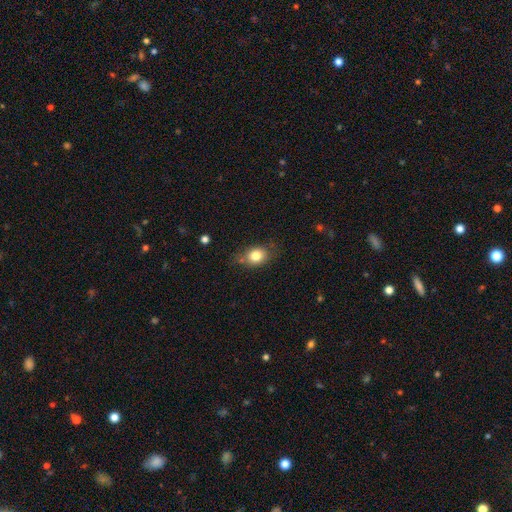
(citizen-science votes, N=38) A smooth galaxy with no disk features (84%) that is round (69%).

Vote fractions:
- Smooth or featured? smooth: 84% / featured or disk: 8% / star or artifact: 8%
- How rounded? round: 69% / in between: 31% / cigar-shaped: 0%
- Merging? none: 74% / minor disturbance: 17% / merger: 6% / major disturbance: 3%